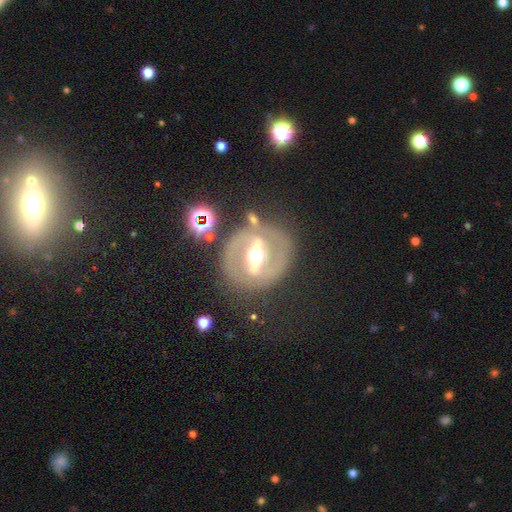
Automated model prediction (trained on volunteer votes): Smooth or featured? featured or disk (82%)
Edge-on disk? no (94%)
Bar? strong (69%)
Spiral arms? yes (69%)
Spiral winding? medium (47%)
Spiral arm count? 2 (86%)
Bulge size? moderate (72%)
Merging? none (76%)